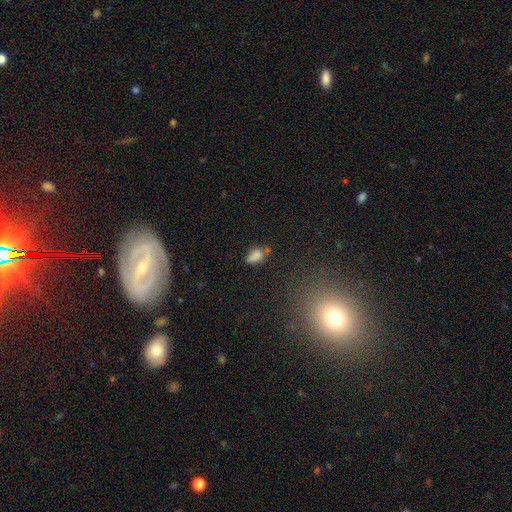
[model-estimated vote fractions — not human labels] Smooth or featured: smooth — 77% (star or artifact — 13%)
How rounded: in between — 82% (round — 15%)
Merging: none — 51% (minor disturbance — 24%)